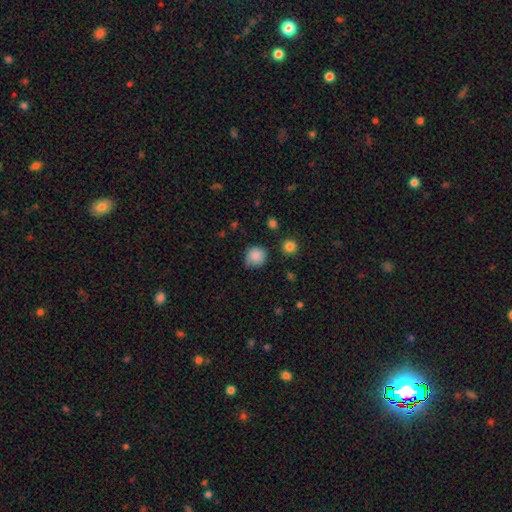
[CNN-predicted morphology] Overall: smooth (85%). How rounded: round (87%). Merging: none (72%).